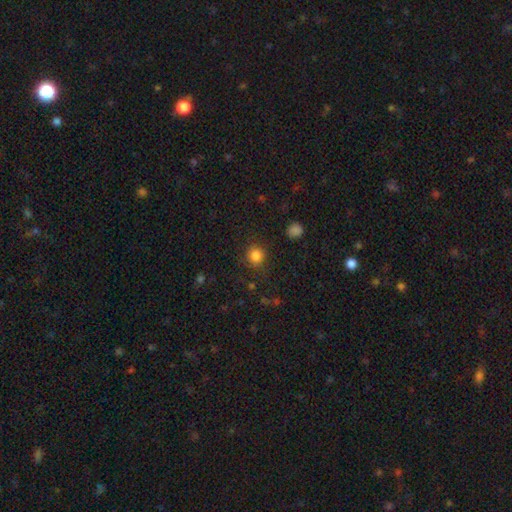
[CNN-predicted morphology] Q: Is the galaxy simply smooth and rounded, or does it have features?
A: smooth — 83%.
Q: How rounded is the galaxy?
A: round — 90%.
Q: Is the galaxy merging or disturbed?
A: none — 84%.